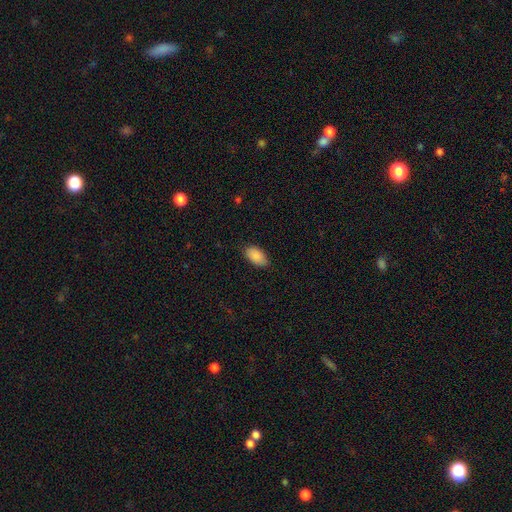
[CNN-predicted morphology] Overall: smooth (89%). How rounded: in between (95%). Merging: none (84%).